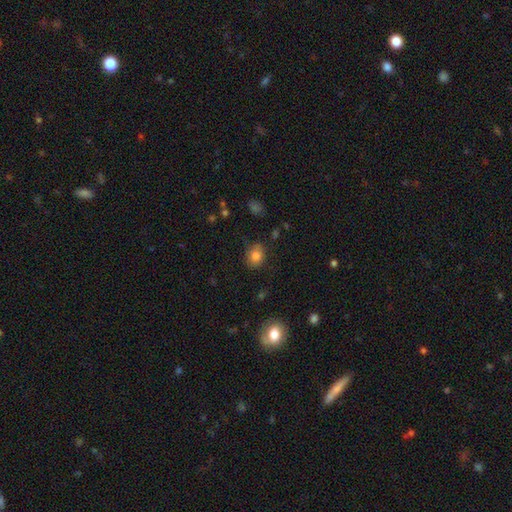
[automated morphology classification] smooth_or_featured: smooth (p=0.83) [alt: star or artifact p=0.11]
how_rounded: round (p=0.61) [alt: in between p=0.38]
merging: none (p=0.76) [alt: minor disturbance p=0.18]